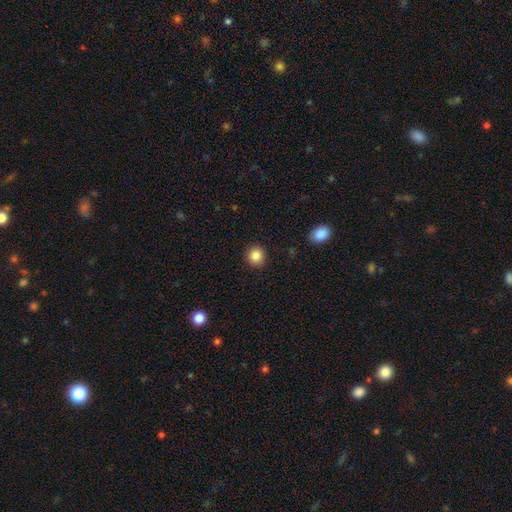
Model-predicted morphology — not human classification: Smooth or featured: smooth — 86% (star or artifact — 10%)
How rounded: round — 91% (in between — 8%)
Merging: none — 90% (minor disturbance — 6%)